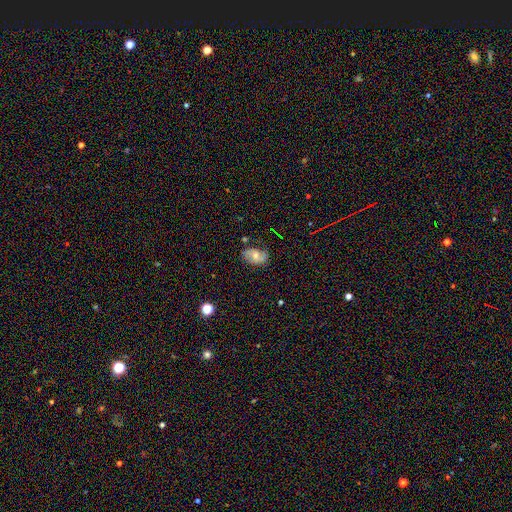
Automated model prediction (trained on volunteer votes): smooth_or_featured: featured or disk (p=0.53) [alt: smooth p=0.36]
disk_edge_on: no (p=0.96) [alt: yes p=0.04]
bar: no (p=0.57) [alt: weak p=0.34]
has_spiral_arms: yes (p=0.82) [alt: no p=0.18]
bulge_size: moderate (p=0.65) [alt: small p=0.27]
merging: none (p=0.69) [alt: minor disturbance p=0.22]